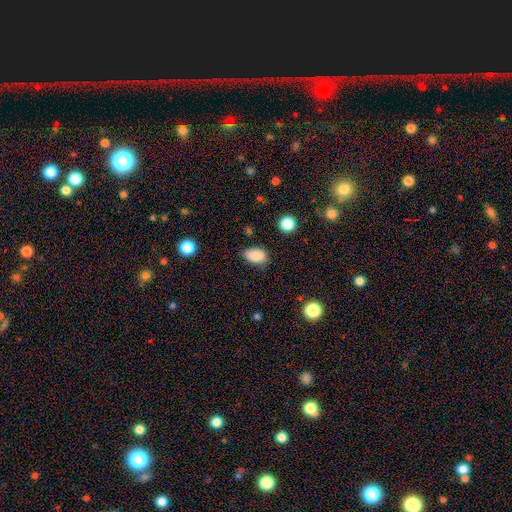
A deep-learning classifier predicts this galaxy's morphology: Smooth or featured: smooth — 87% (star or artifact — 9%)
How rounded: in between — 89% (round — 10%)
Merging: none — 73% (minor disturbance — 21%)